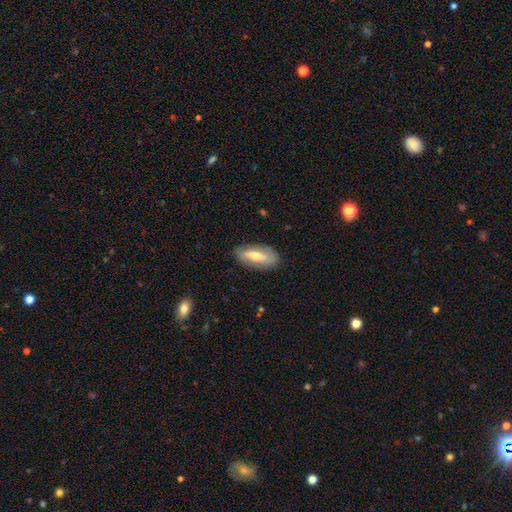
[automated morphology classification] smooth_or_featured: featured or disk (p=0.51) [alt: smooth p=0.42]
disk_edge_on: no (p=0.76) [alt: yes p=0.24]
merging: none (p=0.82) [alt: minor disturbance p=0.13]